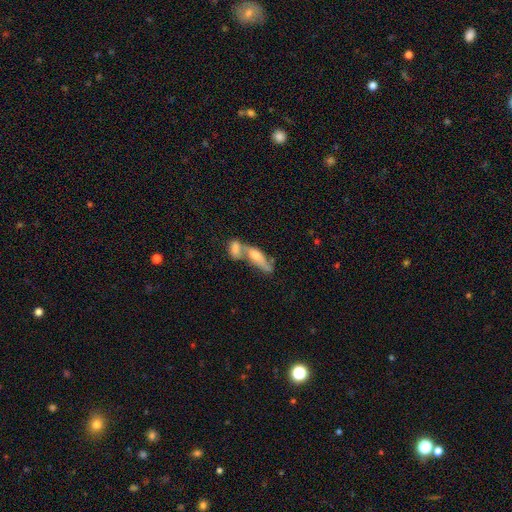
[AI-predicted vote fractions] Smooth or featured? featured or disk (46%)
Merging? merger (57%)